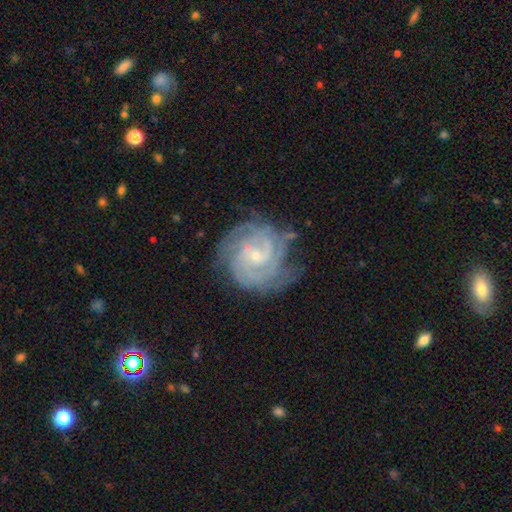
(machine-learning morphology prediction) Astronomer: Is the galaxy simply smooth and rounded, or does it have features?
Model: featured or disk — 88%.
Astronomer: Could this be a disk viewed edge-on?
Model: no — 98%.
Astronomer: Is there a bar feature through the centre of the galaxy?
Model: no — 54% (runner-up: weak, 37%).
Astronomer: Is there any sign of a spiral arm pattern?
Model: yes — 97%.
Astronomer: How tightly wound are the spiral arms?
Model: tight — 72%.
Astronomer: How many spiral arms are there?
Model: can't tell — 24% (runner-up: 3, 22%).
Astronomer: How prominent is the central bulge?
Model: small — 75%.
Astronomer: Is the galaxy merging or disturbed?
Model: none — 70%.